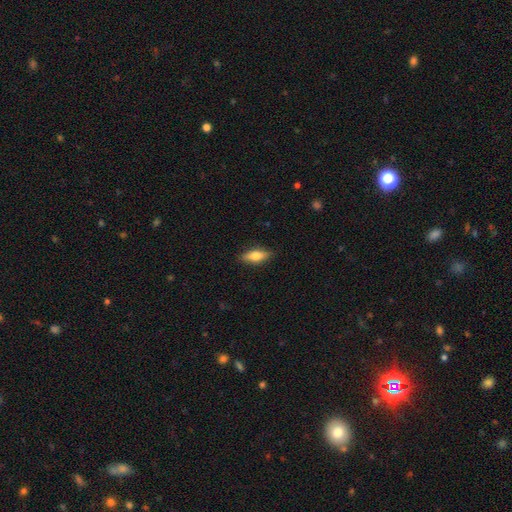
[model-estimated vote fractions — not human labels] The model was most divided on "how rounded": in between: 69%, cigar-shaped: 28%, round: 3%. More confident: merging — none (87%); smooth or featured — smooth (68%).